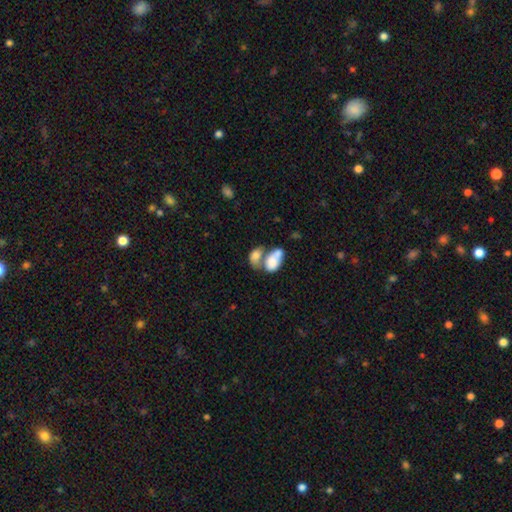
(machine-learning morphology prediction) Smooth or featured? Predicted: smooth (p=0.72). How rounded? Predicted: in between (p=0.86). Merging? Predicted: merger (p=0.72).